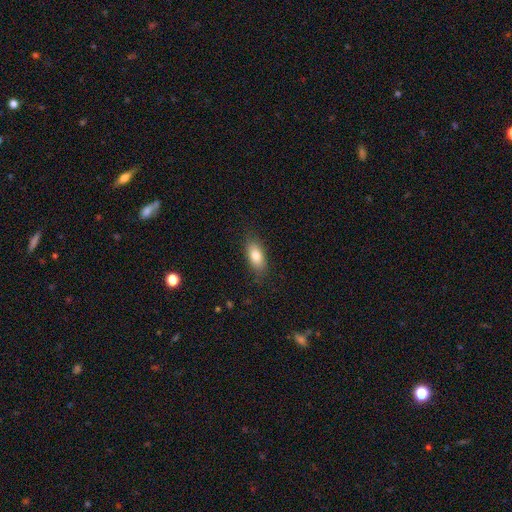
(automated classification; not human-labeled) This is clearly a smooth galaxy (81%). How rounded: clearly in between (86%). Merging: clearly none (84%).